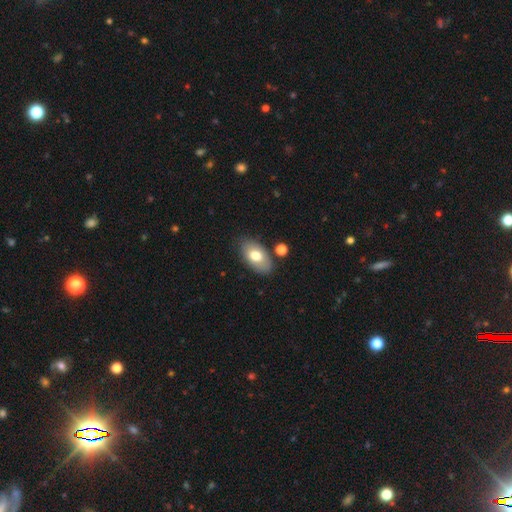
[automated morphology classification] Smooth or featured?
  - smooth: 74% *
  - featured or disk: 19%
  - star or artifact: 7%
How rounded?
  - in between: 93% *
  - round: 5%
  - cigar-shaped: 2%
Merging?
  - none: 78% *
  - minor disturbance: 13%
  - merger: 6%
  - major disturbance: 3%